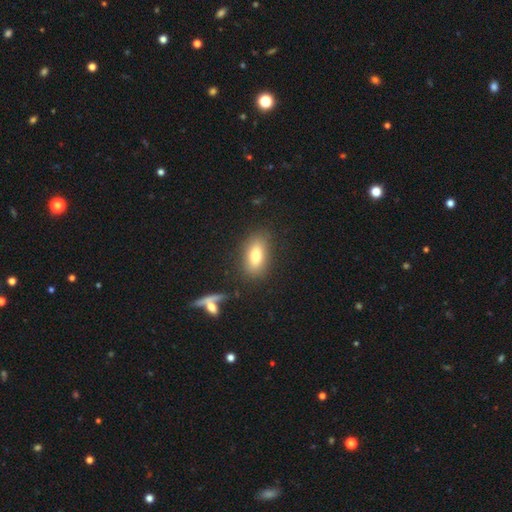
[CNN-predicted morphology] Smooth or featured? smooth (77%)
How rounded? in between (86%)
Merging? none (80%)